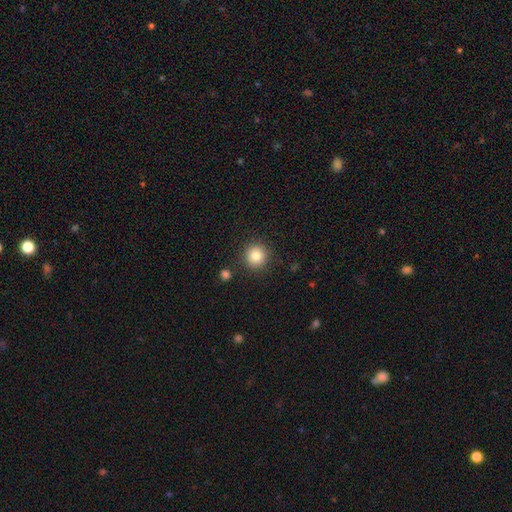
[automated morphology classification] Smooth or featured?
  - smooth: 84% *
  - star or artifact: 10%
  - featured or disk: 6%
How rounded?
  - round: 93% *
  - in between: 6%
  - cigar-shaped: 1%
Merging?
  - none: 88% *
  - minor disturbance: 7%
  - merger: 3%
  - major disturbance: 2%